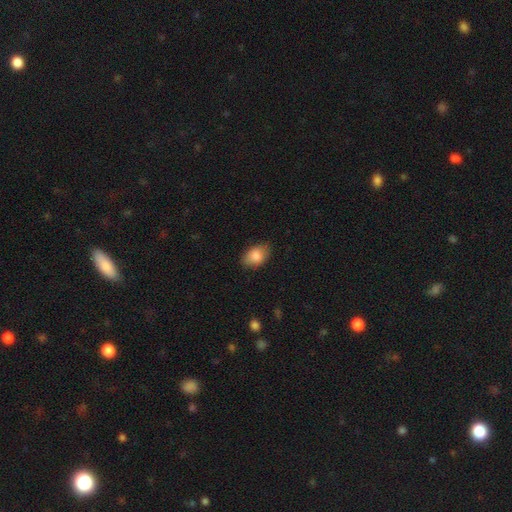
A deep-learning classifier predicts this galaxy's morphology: A smooth galaxy with no disk features (84%) that is in between round and cigar-shaped (84%).

Vote fractions:
- Smooth or featured? smooth: 84% / featured or disk: 9% / star or artifact: 7%
- How rounded? in between: 84% / round: 15% / cigar-shaped: 1%
- Merging? none: 78% / minor disturbance: 18% / major disturbance: 4% / merger: 1%